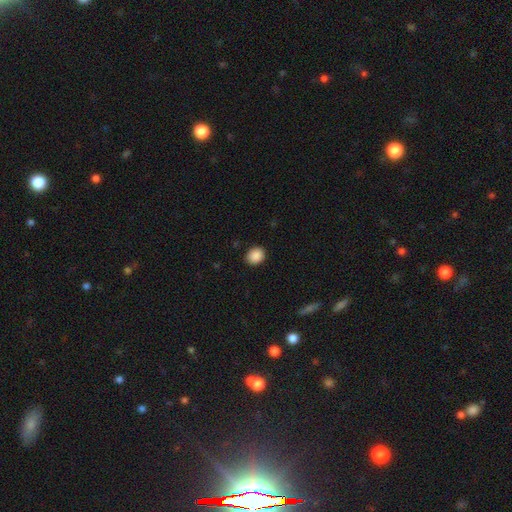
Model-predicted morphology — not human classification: A smooth galaxy with no disk features (89%) that is round (60%). Merging: none (90%).